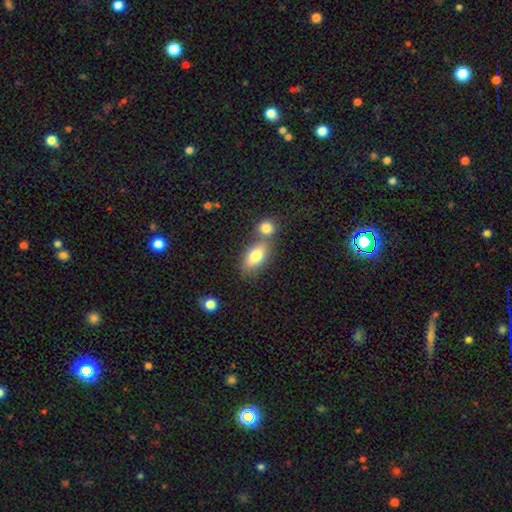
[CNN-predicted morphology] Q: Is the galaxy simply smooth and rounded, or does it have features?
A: smooth — 80%.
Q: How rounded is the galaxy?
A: in between — 87%.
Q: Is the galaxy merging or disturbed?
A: none — 50%.